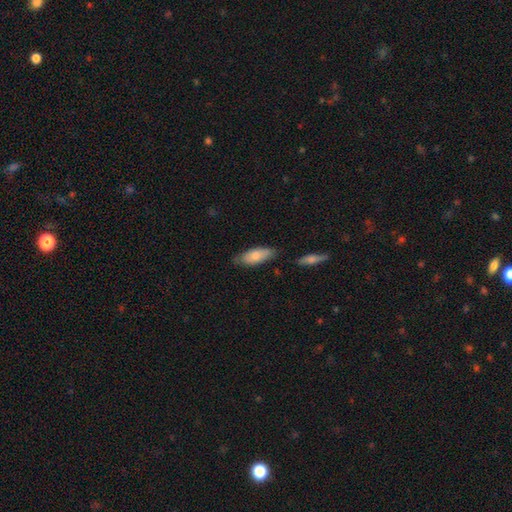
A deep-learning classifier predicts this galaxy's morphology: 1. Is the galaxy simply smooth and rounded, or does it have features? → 75% smooth, 19% featured or disk, 6% star or artifact.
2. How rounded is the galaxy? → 78% in between, 20% cigar-shaped, 2% round.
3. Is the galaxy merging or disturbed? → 73% none, 20% minor disturbance, 4% merger, 3% major disturbance.